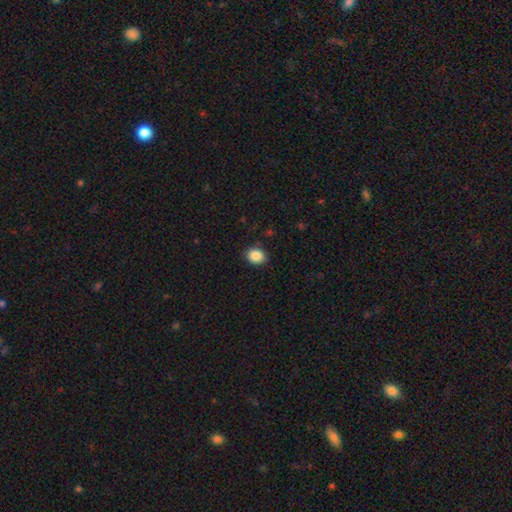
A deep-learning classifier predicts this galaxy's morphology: Smooth or featured?
  - smooth: 87% *
  - star or artifact: 9%
  - featured or disk: 4%
How rounded?
  - round: 62% *
  - in between: 38%
  - cigar-shaped: 1%
Merging?
  - none: 89% *
  - minor disturbance: 8%
  - major disturbance: 2%
  - merger: 1%